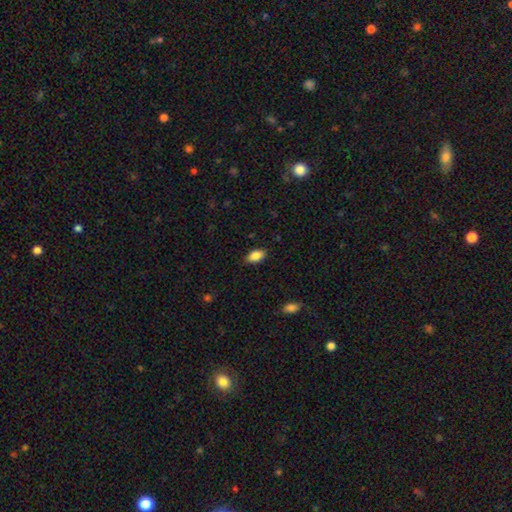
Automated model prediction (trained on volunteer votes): Morphology: type=smooth (87%); roundness=in between (92%); merging=none (87%).